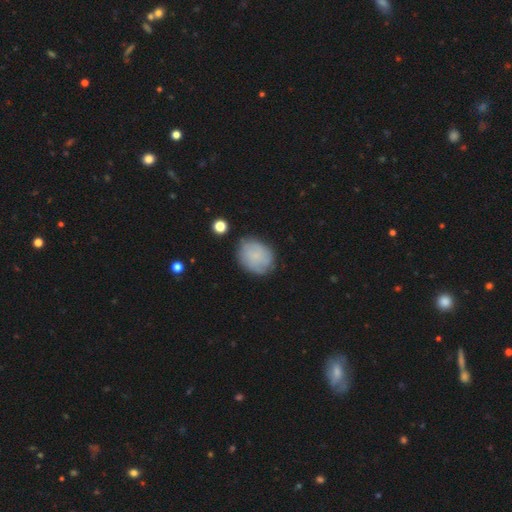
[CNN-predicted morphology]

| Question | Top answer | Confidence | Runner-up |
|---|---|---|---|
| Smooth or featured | smooth | 67% | featured or disk (25%) |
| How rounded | in between | 51% | round (48%) |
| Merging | none | 74% | minor disturbance (19%) |